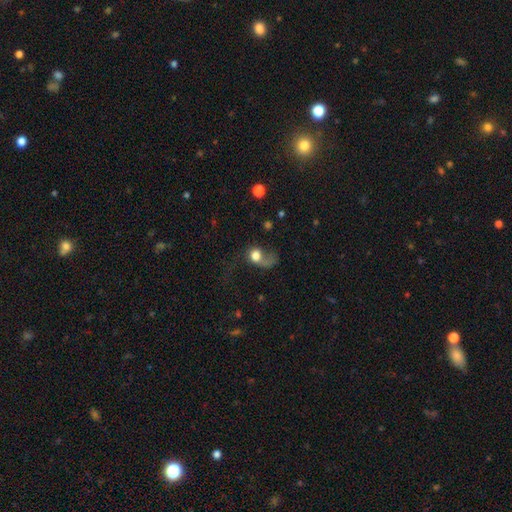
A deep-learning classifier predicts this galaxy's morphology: A smooth galaxy with no disk features (62%) that is round (64%). Merging: major disturbance (55%).